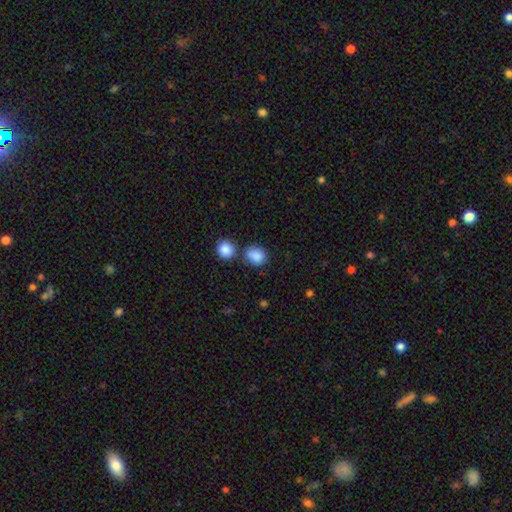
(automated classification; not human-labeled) smooth-or-featured: smooth: 87% | star or artifact: 9% | featured or disk: 4%
  how-rounded: round: 57% | in between: 41% | cigar-shaped: 1%
  merging: none: 59% | merger: 20% | minor disturbance: 17% | major disturbance: 5%